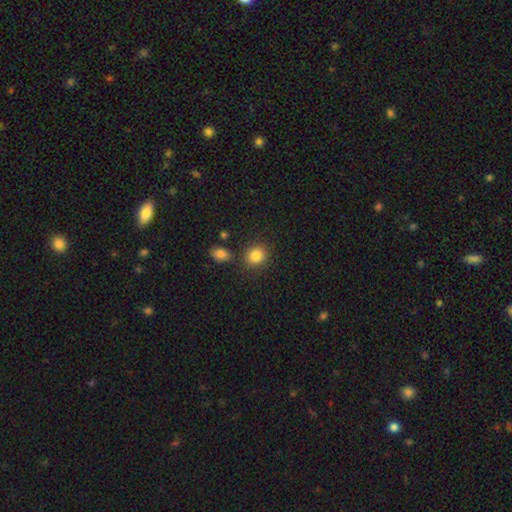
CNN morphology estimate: type=smooth (85%); roundness=round (73%); merging=none (80%).